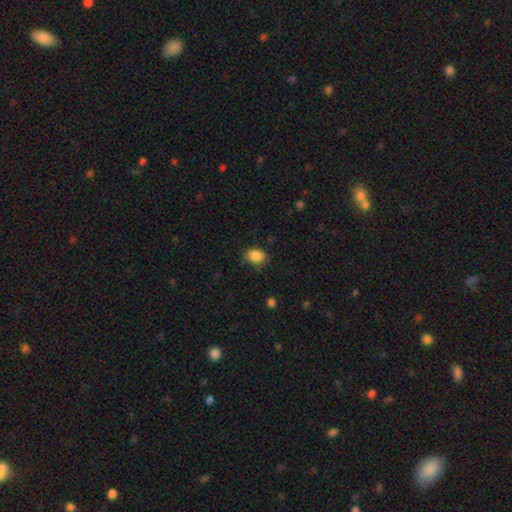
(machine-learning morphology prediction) smooth-or-featured: smooth: 87% | star or artifact: 9% | featured or disk: 4%
  how-rounded: in between: 67% | round: 32% | cigar-shaped: 1%
  merging: none: 76% | minor disturbance: 18% | major disturbance: 4% | merger: 2%